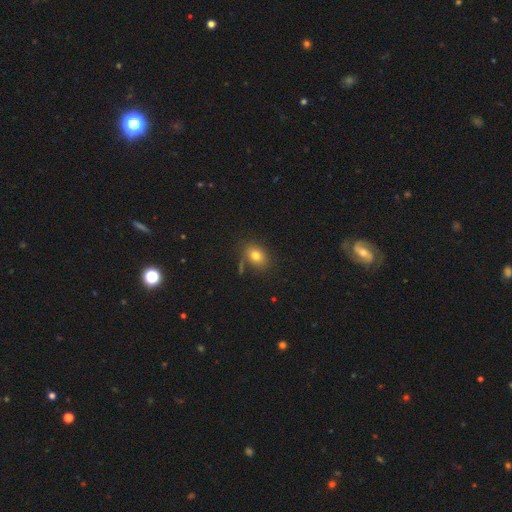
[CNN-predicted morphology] Smooth or featured? smooth (78%)
How rounded? in between (65%)
Merging? none (73%)